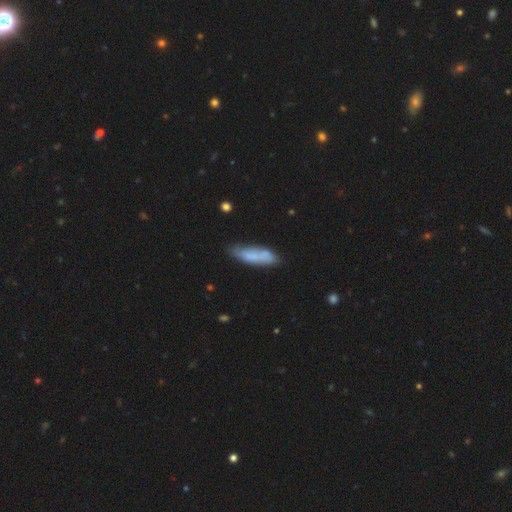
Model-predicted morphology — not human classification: This is likely a smooth galaxy (70%). How rounded: possibly cigar-shaped (59%). Merging: likely none (62%).